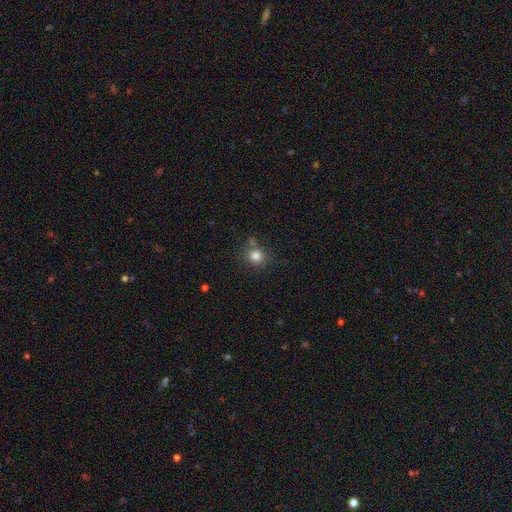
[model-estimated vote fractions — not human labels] smooth_or_featured: smooth (p=0.81) [alt: star or artifact p=0.12]
how_rounded: round (p=0.86) [alt: in between p=0.13]
merging: none (p=0.70) [alt: minor disturbance p=0.14]